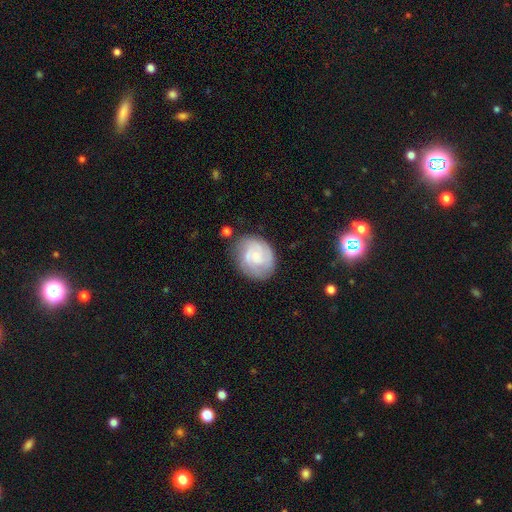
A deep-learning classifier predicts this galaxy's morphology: smooth_or_featured: featured or disk (p=0.56) [alt: smooth p=0.37]
disk_edge_on: no (p=0.98) [alt: yes p=0.02]
bar: no (p=0.69) [alt: weak p=0.27]
has_spiral_arms: yes (p=0.85) [alt: no p=0.15]
bulge_size: small (p=0.50) [alt: none p=0.23]
merging: none (p=0.66) [alt: minor disturbance p=0.22]